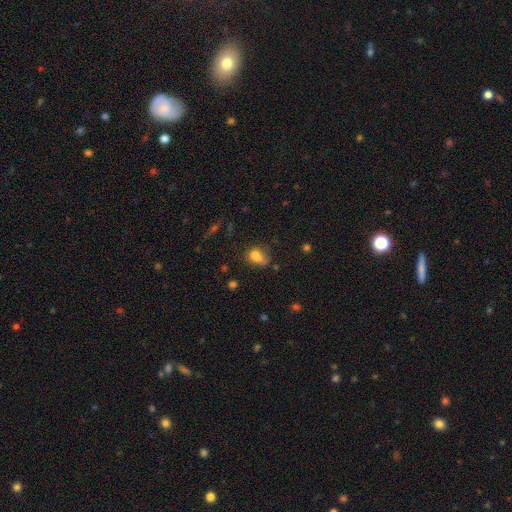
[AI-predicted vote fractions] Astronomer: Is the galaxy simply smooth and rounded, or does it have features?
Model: smooth — 71%.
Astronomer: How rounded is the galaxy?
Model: in between — 57% (runner-up: round, 41%).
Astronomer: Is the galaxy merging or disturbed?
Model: none — 33% (runner-up: merger, 28%).